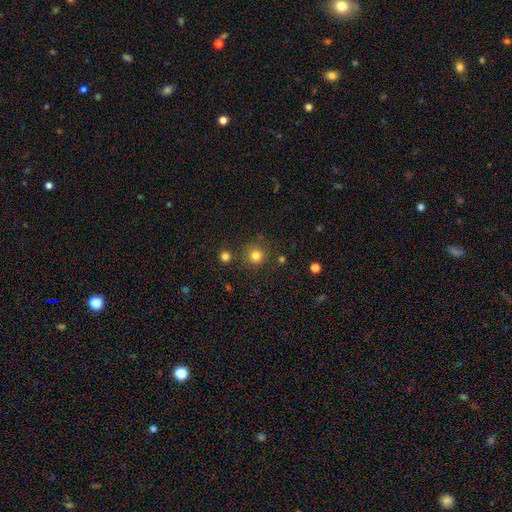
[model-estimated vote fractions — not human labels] Overall: smooth (80%). How rounded: round (93%). Merging: none (83%).